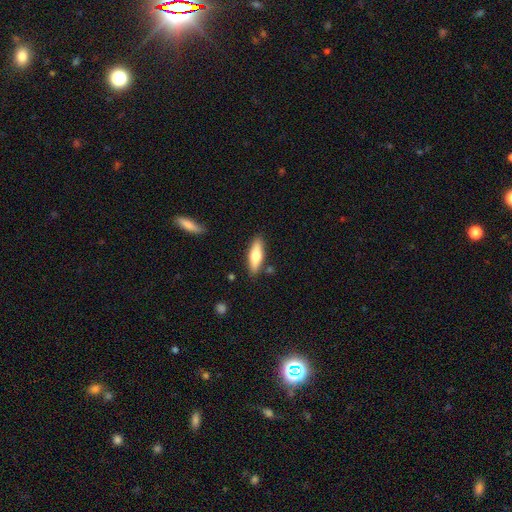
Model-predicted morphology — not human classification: Overall: smooth (62%; featured or disk 33%). How rounded: cigar-shaped (52%; in between 46%). Merging: none (85%).